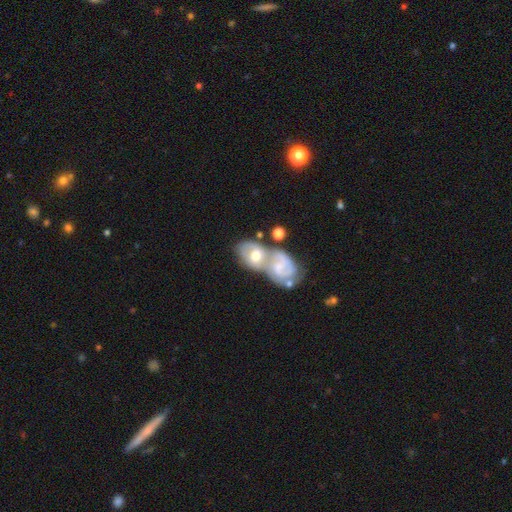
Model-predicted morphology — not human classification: type=featured or disk (56%); edge-on=no (94%); bar=no (60%); spiral arms=yes (62%); bulge=moderate (55%); merging=merger (67%).